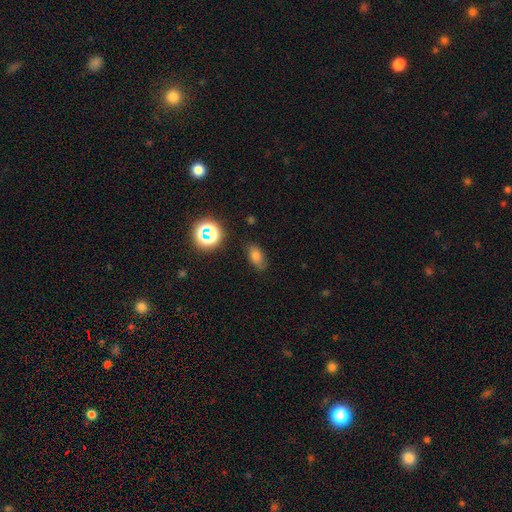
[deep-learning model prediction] This appears to be a smooth galaxy with no disk features (72%) that is in between round and cigar-shaped (85%). Merging: none (78%).